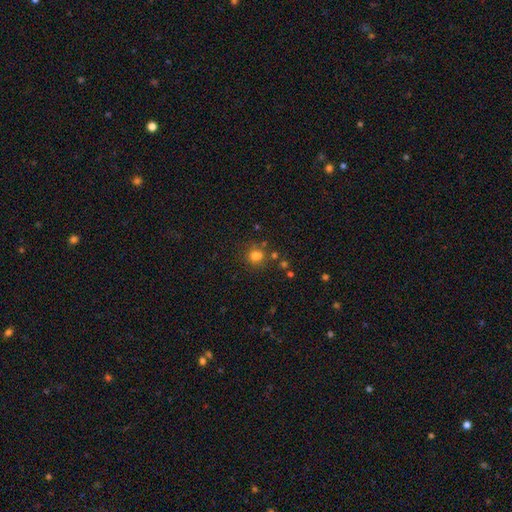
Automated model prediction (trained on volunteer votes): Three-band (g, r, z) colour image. It shows a smooth galaxy with no disk features (75%) that is round (77%). Merging: none (67%).